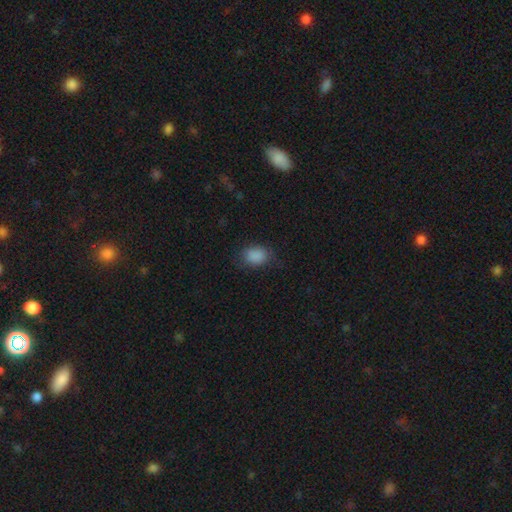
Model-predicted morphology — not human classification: Smooth or featured?
  - smooth: 87% *
  - star or artifact: 9%
  - featured or disk: 4%
How rounded?
  - in between: 66% *
  - round: 33%
  - cigar-shaped: 1%
Merging?
  - none: 74% *
  - minor disturbance: 19%
  - major disturbance: 6%
  - merger: 1%